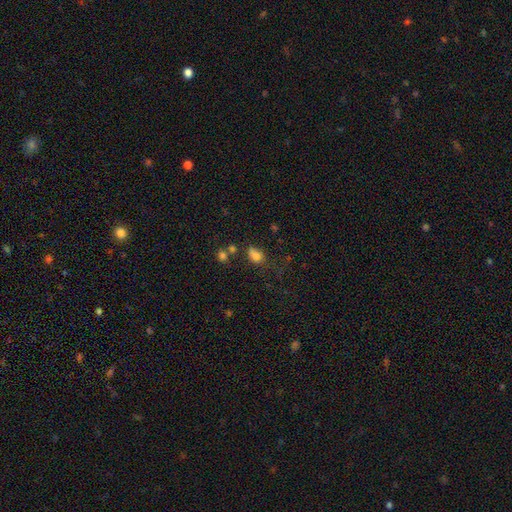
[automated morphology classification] type=smooth (77%); roundness=in between (65%); merging=none (45%).